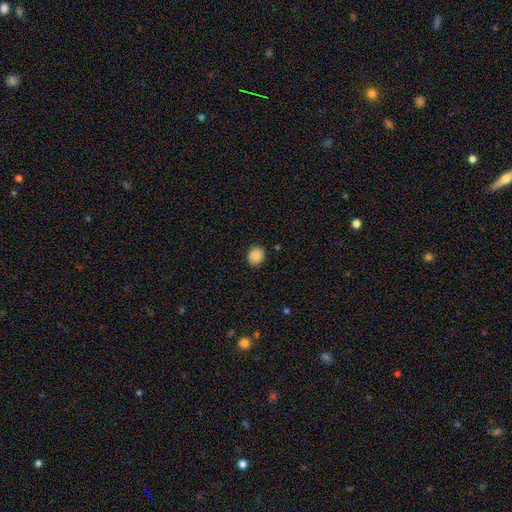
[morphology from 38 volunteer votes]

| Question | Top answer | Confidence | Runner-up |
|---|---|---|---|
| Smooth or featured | smooth | 95% | featured or disk (5%) |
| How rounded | round | 81% | in between (19%) |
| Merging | none | 79% | minor disturbance (18%) |